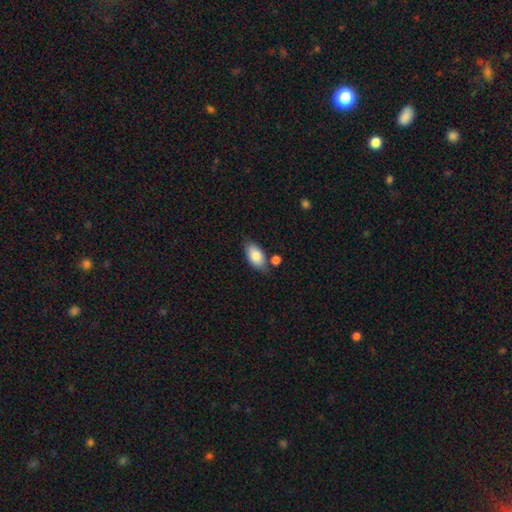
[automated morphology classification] Overall: smooth (83%). How rounded: in between (92%). Merging: none (70%).